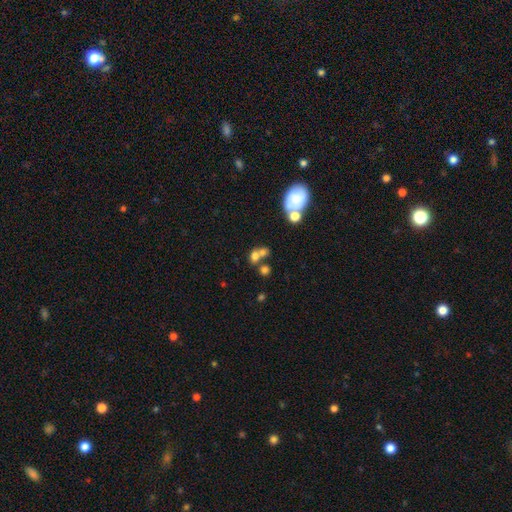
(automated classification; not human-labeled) The model was most divided on "merging": merger: 52%, none: 34%, minor disturbance: 8%, major disturbance: 6%. More confident: smooth or featured — smooth (67%); how rounded — round (58%).